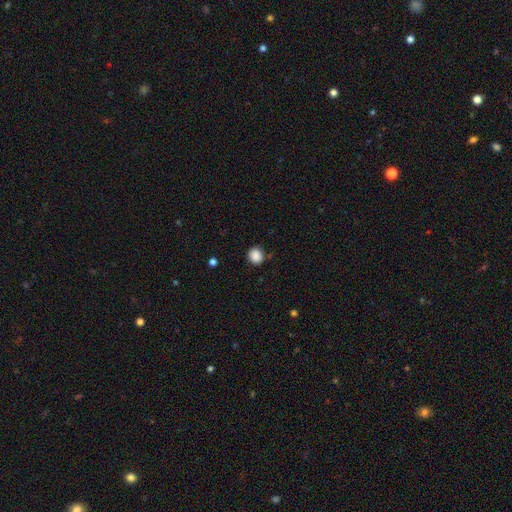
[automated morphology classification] smooth_or_featured: smooth (p=0.88) [alt: star or artifact p=0.09]
how_rounded: round (p=0.79) [alt: in between p=0.20]
merging: none (p=0.84) [alt: minor disturbance p=0.11]